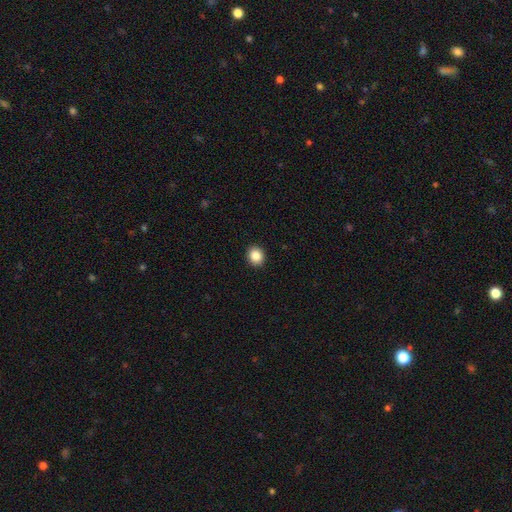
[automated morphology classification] Smooth or featured: smooth — 86% (star or artifact — 10%)
How rounded: round — 71% (in between — 28%)
Merging: none — 92% (minor disturbance — 6%)